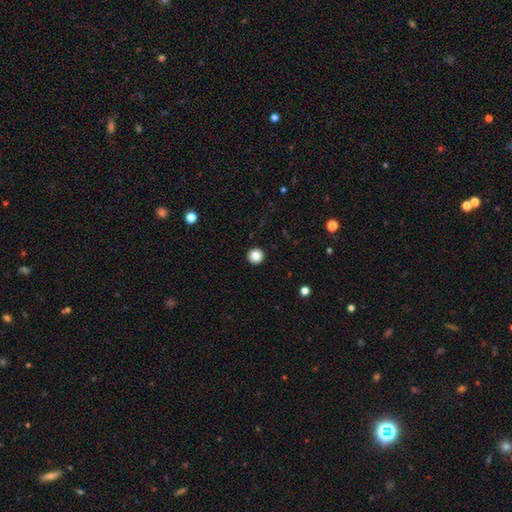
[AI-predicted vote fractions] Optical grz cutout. It shows a smooth galaxy with no disk features (87%) that is round (96%). Merging: none (94%).